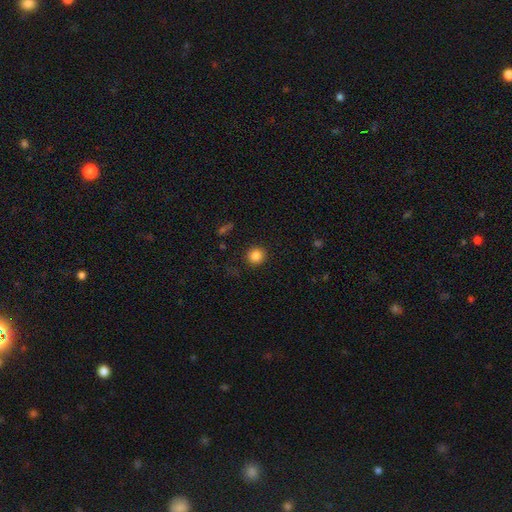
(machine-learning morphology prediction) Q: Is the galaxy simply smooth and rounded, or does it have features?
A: smooth — 84%.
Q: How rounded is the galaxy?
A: round — 93%.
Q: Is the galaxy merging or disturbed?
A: none — 90%.